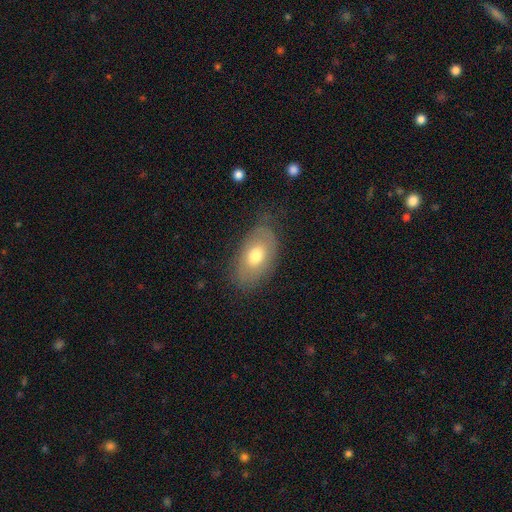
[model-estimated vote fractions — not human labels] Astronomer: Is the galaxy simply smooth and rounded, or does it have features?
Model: smooth — 65%.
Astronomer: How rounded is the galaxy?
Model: in between — 90%.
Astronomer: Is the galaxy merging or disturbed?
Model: none — 72%.